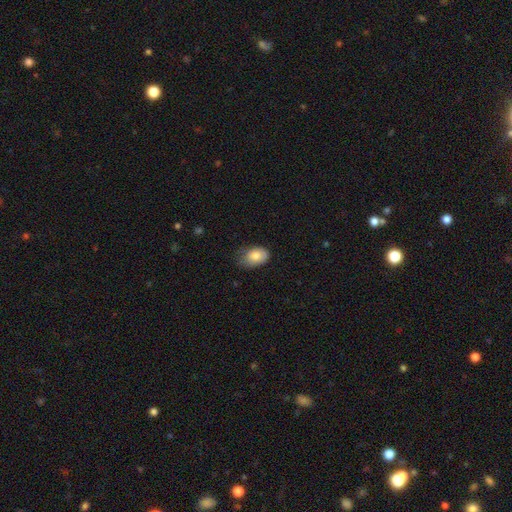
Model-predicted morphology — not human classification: Q: Smooth or featured?
A: smooth (81%); runner-up: featured or disk (12%)
Q: How rounded?
A: in between (84%); runner-up: round (15%)
Q: Merging?
A: none (52%); runner-up: minor disturbance (37%)